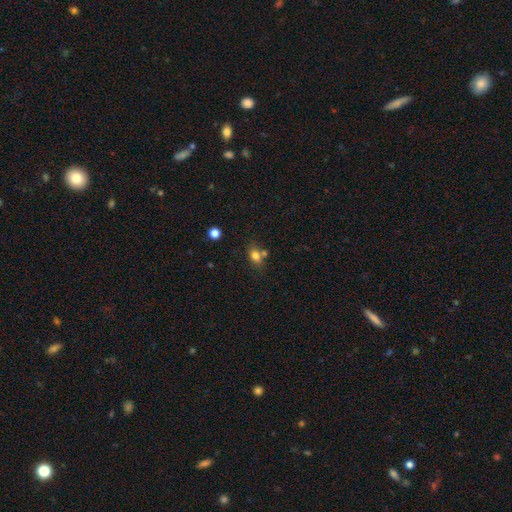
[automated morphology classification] Smooth or featured: smooth — 79% (star or artifact — 12%)
How rounded: in between — 67% (round — 31%)
Merging: none — 57% (merger — 24%)